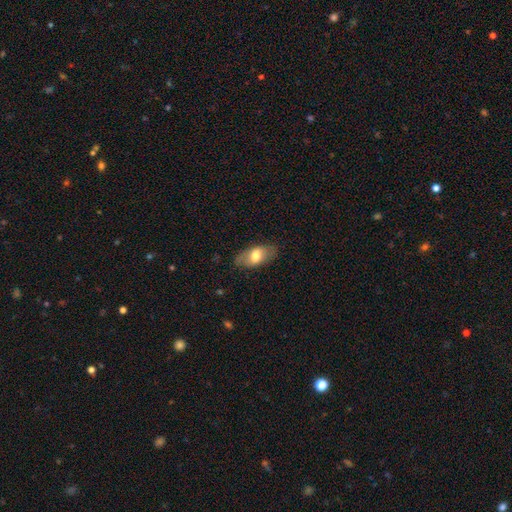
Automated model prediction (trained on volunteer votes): The model was most divided on "smooth or featured": smooth: 65%, featured or disk: 29%, star or artifact: 6%. More confident: how rounded — in between (91%); merging — none (81%).